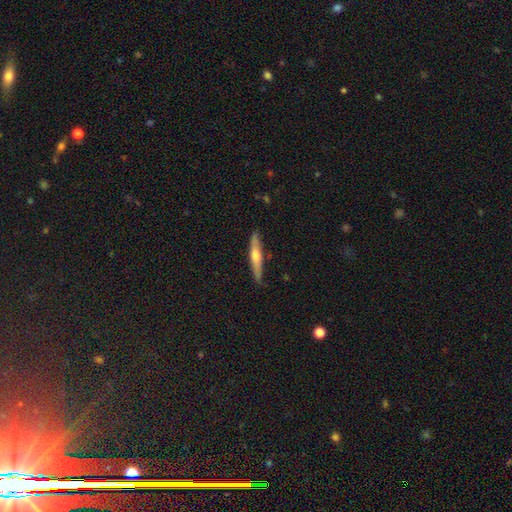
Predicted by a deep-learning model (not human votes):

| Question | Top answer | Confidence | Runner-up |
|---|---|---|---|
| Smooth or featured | featured or disk | 56% | smooth (38%) |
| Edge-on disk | yes | 95% | no (5%) |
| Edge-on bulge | rounded | 85% | none (9%) |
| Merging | none | 87% | minor disturbance (10%) |